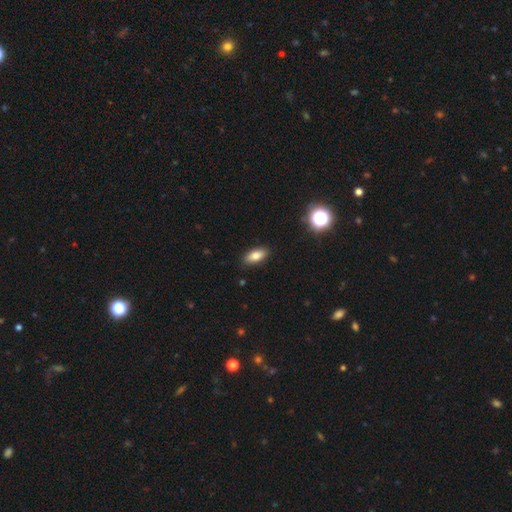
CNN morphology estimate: Smooth or featured: smooth — 80% (featured or disk — 11%)
How rounded: in between — 85% (cigar-shaped — 12%)
Merging: none — 88% (minor disturbance — 9%)